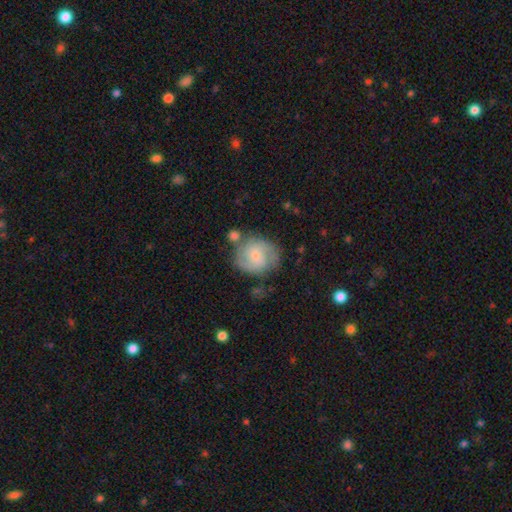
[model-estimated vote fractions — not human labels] smooth-or-featured: featured or disk: 57% | smooth: 37% | star or artifact: 7%
  disk-edge-on: no: 98% | yes: 2%
    bar: no: 57% | weak: 38% | strong: 6%
    has-spiral-arms: yes: 87% | no: 13%
    bulge-size: small: 61% | moderate: 32% | none: 3% | large: 2% | dominant: 1%
  merging: none: 61% | minor disturbance: 20% | merger: 12% | major disturbance: 8%